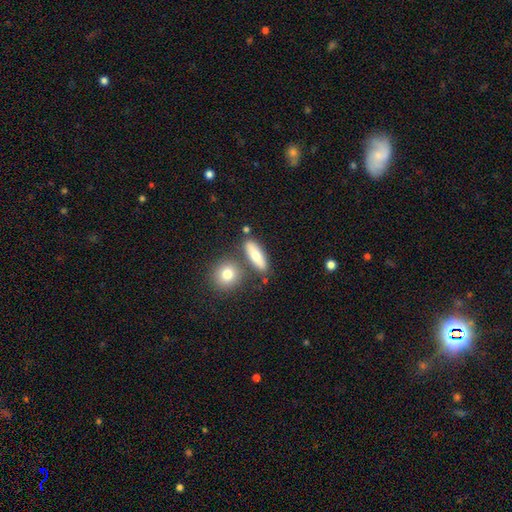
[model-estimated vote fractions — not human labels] Smooth or featured: smooth — 72% (featured or disk — 21%)
How rounded: in between — 54% (cigar-shaped — 38%)
Merging: none — 72% (merger — 13%)